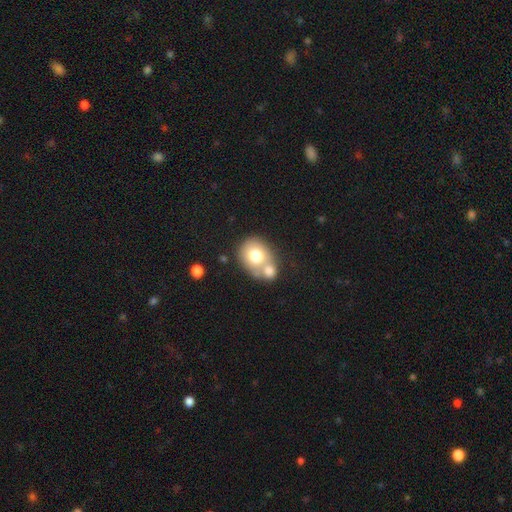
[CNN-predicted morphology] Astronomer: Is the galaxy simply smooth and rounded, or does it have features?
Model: smooth — 71%.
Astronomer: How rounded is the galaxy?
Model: round — 64%.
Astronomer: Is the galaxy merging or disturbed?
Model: merger — 52% (runner-up: none, 34%).